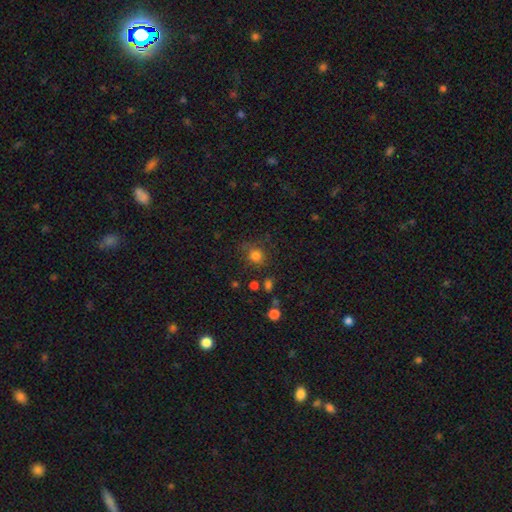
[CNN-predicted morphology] type=smooth (79%); roundness=round (82%); merging=none (73%).